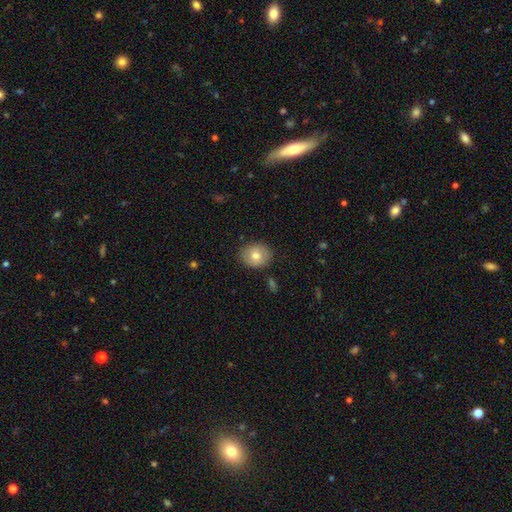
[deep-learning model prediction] This appears to be a smooth galaxy with no disk features (76%) that is round (59%). Merging: none (85%).